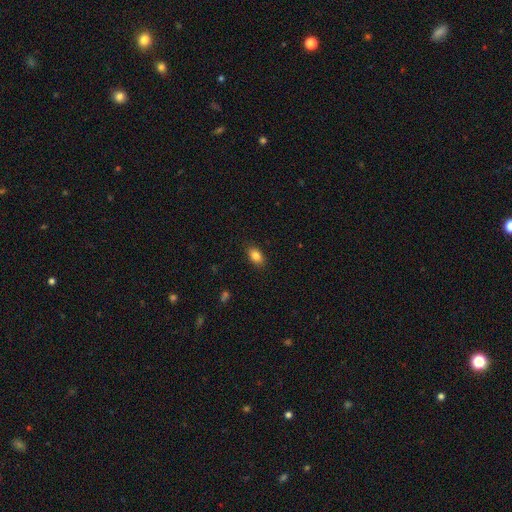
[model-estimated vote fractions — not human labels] smooth 85%, star or artifact 9%, featured or disk 7%. Down the decision tree: how rounded — in between (85%); merging — none (87%).